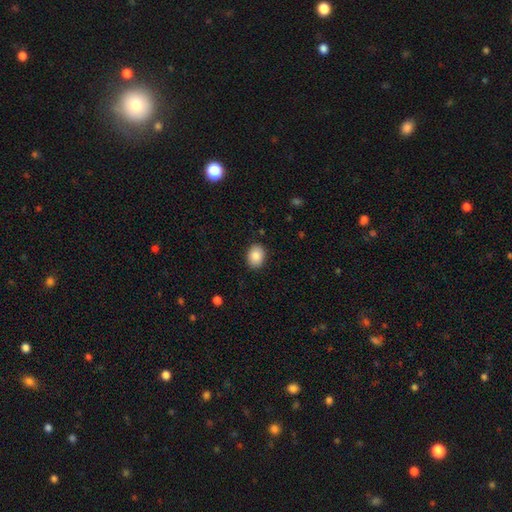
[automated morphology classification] Smooth or featured? Predicted: smooth (p=0.86). How rounded? Predicted: in between (p=0.66). Merging? Predicted: none (p=0.89).